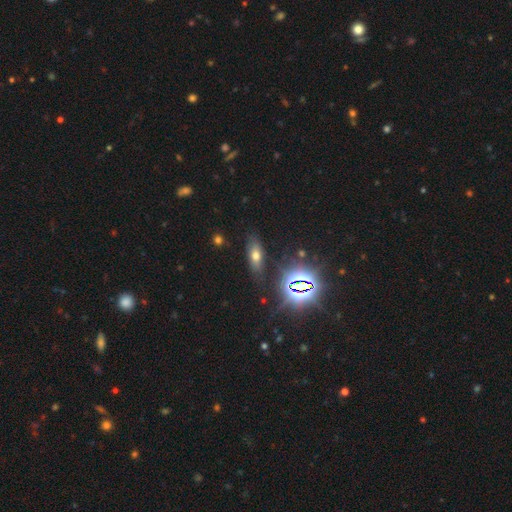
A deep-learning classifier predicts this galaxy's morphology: smooth_or_featured: smooth (p=0.55) [alt: star or artifact p=0.27]
how_rounded: in between (p=0.70) [alt: cigar-shaped p=0.23]
merging: none (p=0.80) [alt: minor disturbance p=0.13]